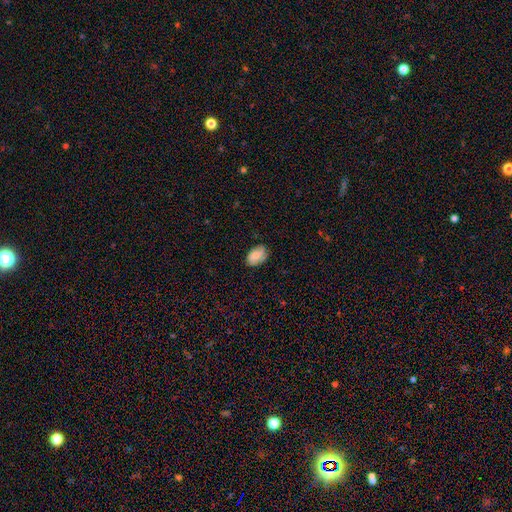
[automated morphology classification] type=smooth (74%); roundness=in between (87%); merging=none (71%).